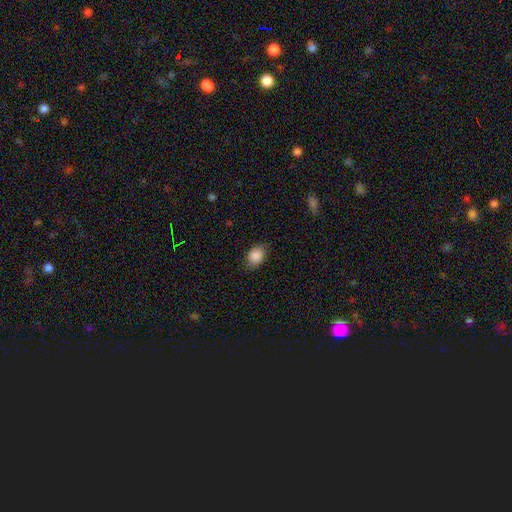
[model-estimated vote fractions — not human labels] This is clearly a smooth galaxy (88%). How rounded: likely in between (68%). Merging: likely none (78%).